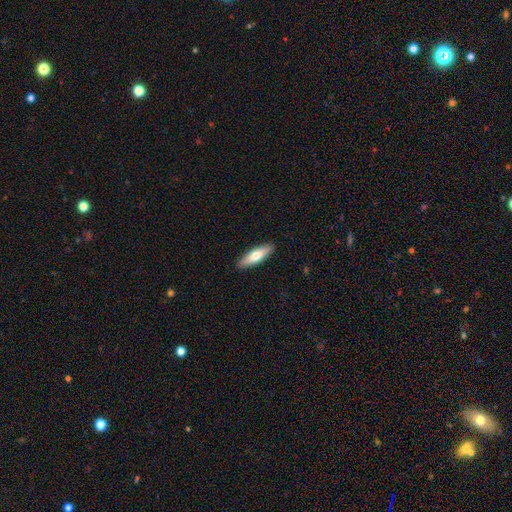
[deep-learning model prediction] This appears to be a smooth galaxy with no disk features (64%) that is cigar-shaped (60%). Merging: none (90%).